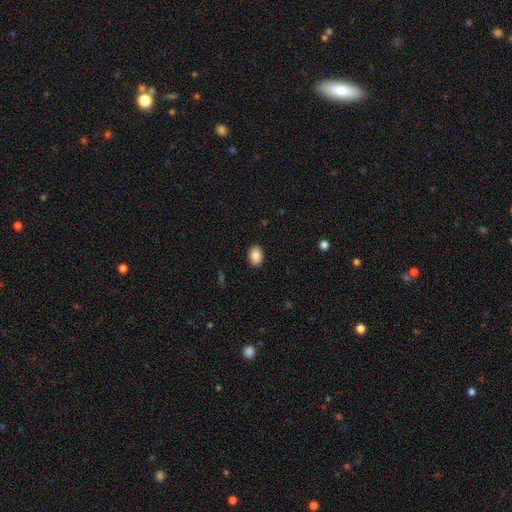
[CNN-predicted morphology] Smooth or featured? smooth (89%)
How rounded? in between (82%)
Merging? none (90%)